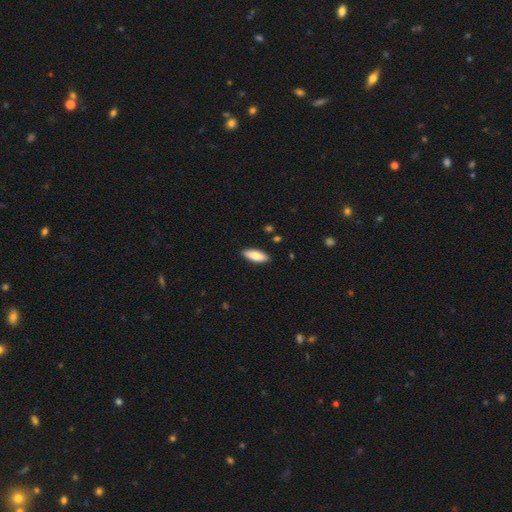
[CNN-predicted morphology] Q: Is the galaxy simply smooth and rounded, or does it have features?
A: smooth — 77%.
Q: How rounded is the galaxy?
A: in between — 71%.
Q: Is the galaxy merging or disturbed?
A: none — 89%.